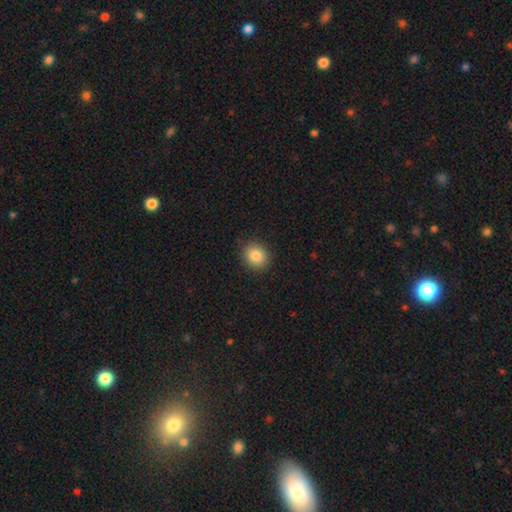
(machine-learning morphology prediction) Smooth or featured: smooth — 84% (star or artifact — 9%)
How rounded: round — 71% (in between — 28%)
Merging: none — 88% (minor disturbance — 8%)